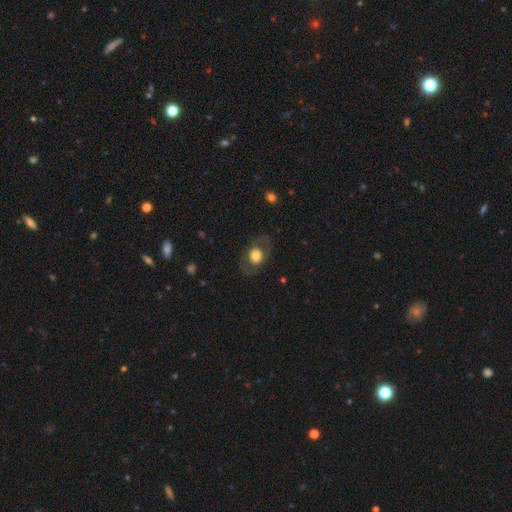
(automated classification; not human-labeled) Smooth or featured? Predicted: smooth (p=0.61). How rounded? Predicted: in between (p=0.58). Merging? Predicted: none (p=0.78).